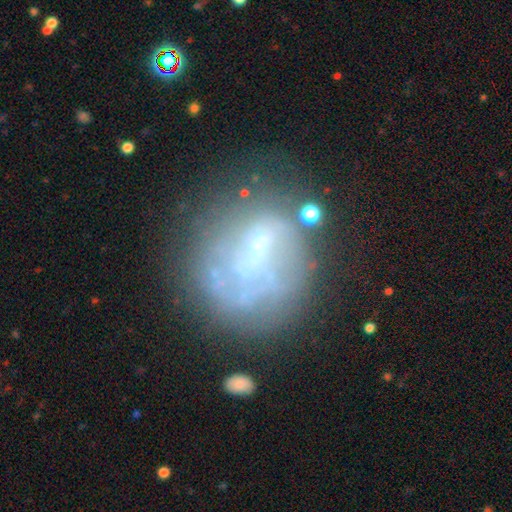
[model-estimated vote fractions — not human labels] Smooth or featured?
  - featured or disk: 59% *
  - smooth: 28%
  - star or artifact: 13%
Edge-on disk?
  - no: 97% *
  - yes: 3%
Bar?
  - no: 50% *
  - weak: 36%
  - strong: 14%
Spiral arms?
  - no: 63% *
  - yes: 37%
Bulge size?
  - small: 45% *
  - none: 36%
  - moderate: 15%
  - large: 3%
  - dominant: 1%
Merging?
  - none: 54% *
  - minor disturbance: 20%
  - major disturbance: 19%
  - merger: 7%